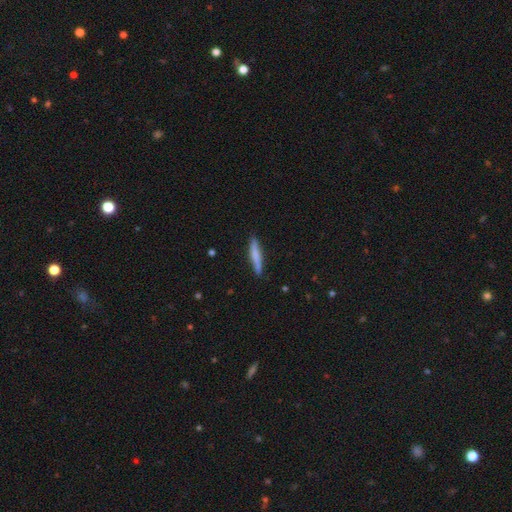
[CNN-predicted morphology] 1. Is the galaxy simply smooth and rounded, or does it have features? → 70% smooth, 25% featured or disk, 5% star or artifact.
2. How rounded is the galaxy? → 93% cigar-shaped, 6% in between, 1% round.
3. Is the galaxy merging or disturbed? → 85% none, 12% minor disturbance, 2% major disturbance, 2% merger.